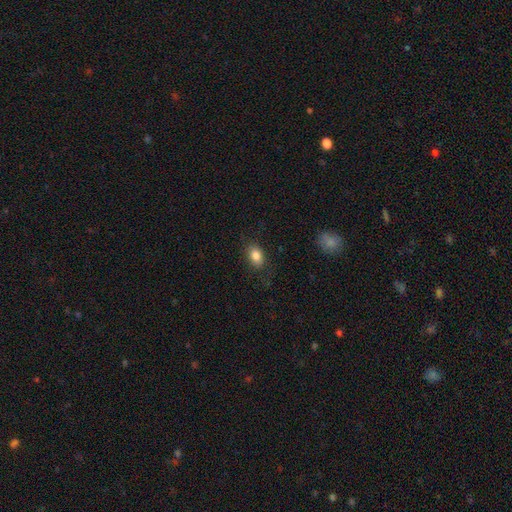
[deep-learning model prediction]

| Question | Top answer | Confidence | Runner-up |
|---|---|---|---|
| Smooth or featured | smooth | 84% | star or artifact (9%) |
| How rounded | in between | 81% | round (18%) |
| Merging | none | 82% | minor disturbance (13%) |